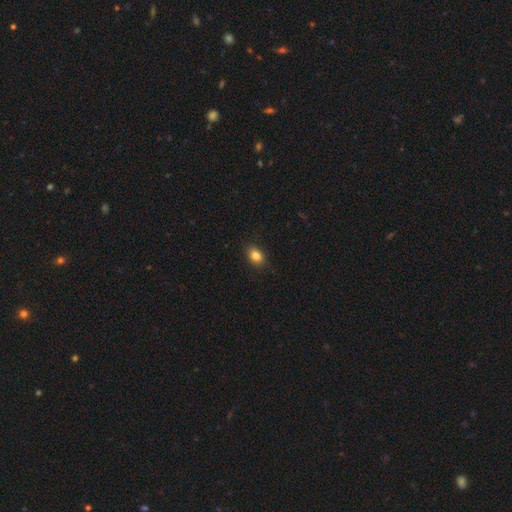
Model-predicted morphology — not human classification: Smooth or featured?
  - smooth: 84% *
  - star or artifact: 10%
  - featured or disk: 6%
How rounded?
  - in between: 73% *
  - round: 26%
  - cigar-shaped: 1%
Merging?
  - none: 88% *
  - minor disturbance: 9%
  - major disturbance: 2%
  - merger: 1%